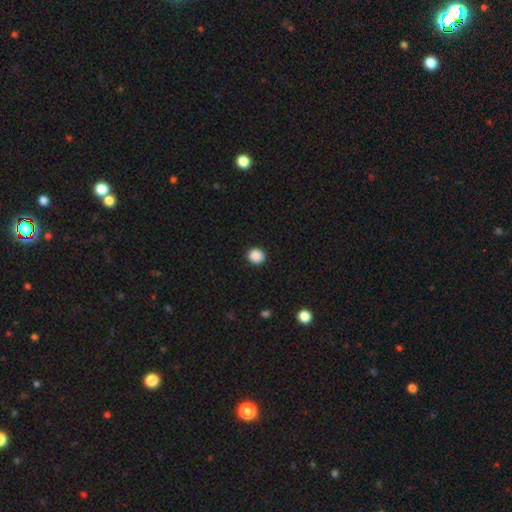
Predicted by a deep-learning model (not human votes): Overall: smooth (89%). How rounded: round (87%). Merging: none (92%).